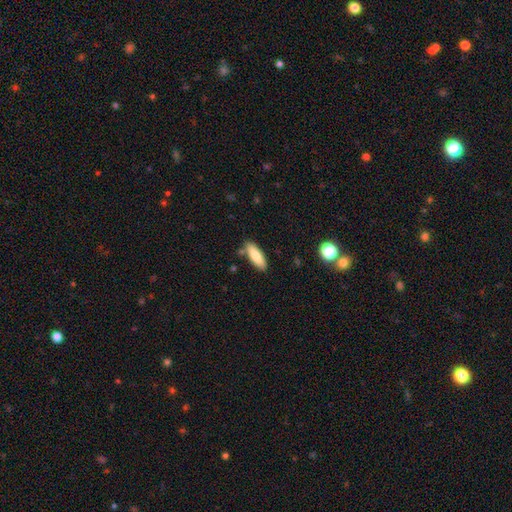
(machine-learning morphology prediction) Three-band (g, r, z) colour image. It shows a smooth galaxy with no disk features (83%) that is in between round and cigar-shaped (62%). Merging: none (82%).